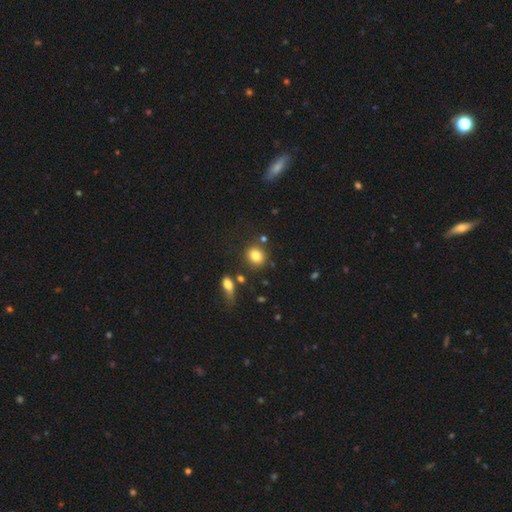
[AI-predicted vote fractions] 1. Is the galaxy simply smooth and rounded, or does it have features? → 82% smooth, 10% star or artifact, 8% featured or disk.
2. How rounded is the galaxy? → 69% round, 29% in between, 2% cigar-shaped.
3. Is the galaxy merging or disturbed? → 79% none, 10% minor disturbance, 7% merger, 4% major disturbance.